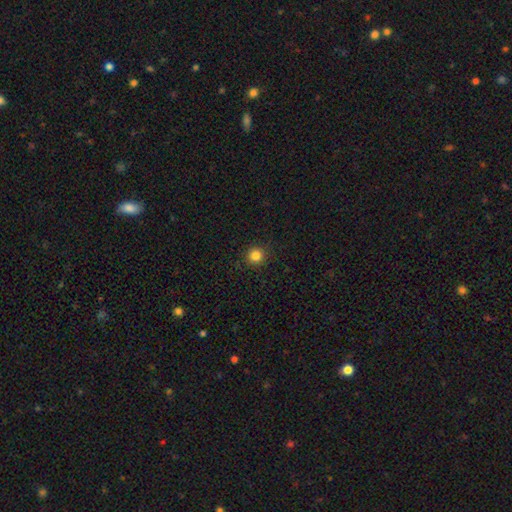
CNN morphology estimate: Smooth or featured? Predicted: smooth (p=0.84). How rounded? Predicted: round (p=0.93). Merging? Predicted: none (p=0.91).